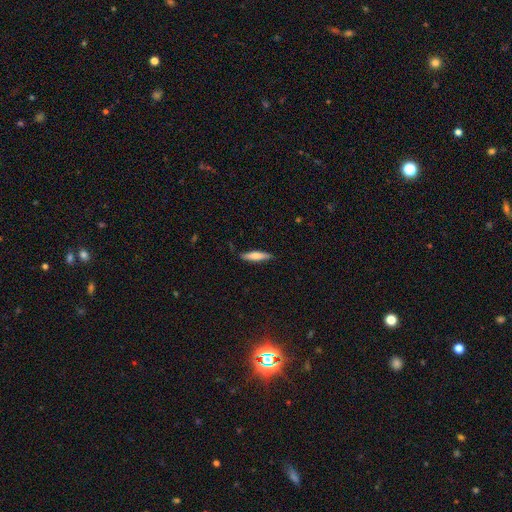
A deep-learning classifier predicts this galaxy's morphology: Q: Smooth or featured?
A: smooth (66%); runner-up: featured or disk (28%)
Q: How rounded?
A: cigar-shaped (80%); runner-up: in between (19%)
Q: Merging?
A: none (85%); runner-up: minor disturbance (12%)